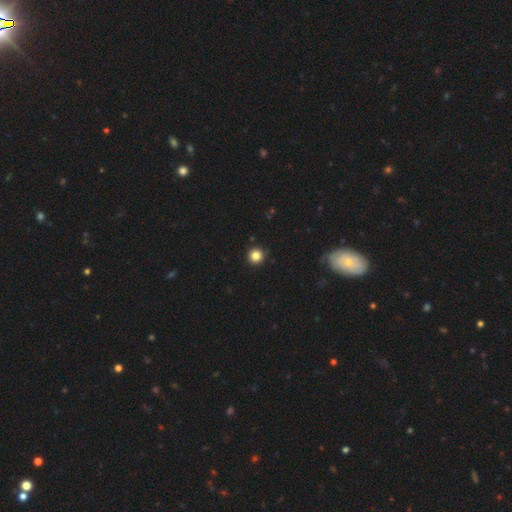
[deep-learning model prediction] Smooth or featured? Predicted: smooth (p=0.84). How rounded? Predicted: round (p=0.96). Merging? Predicted: none (p=0.93).